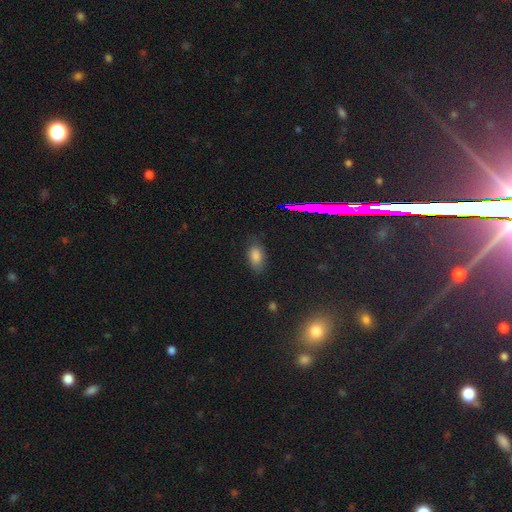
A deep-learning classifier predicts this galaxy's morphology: Overall: smooth (79%). How rounded: in between (91%). Merging: none (78%).